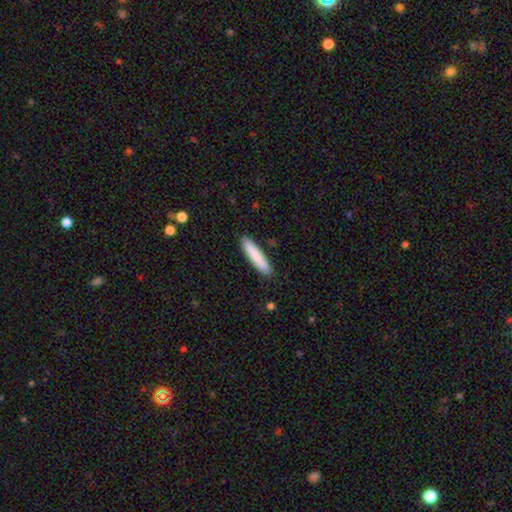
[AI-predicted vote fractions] Q: Smooth or featured?
A: smooth (84%); runner-up: featured or disk (10%)
Q: How rounded?
A: cigar-shaped (89%); runner-up: in between (10%)
Q: Merging?
A: none (90%); runner-up: minor disturbance (7%)